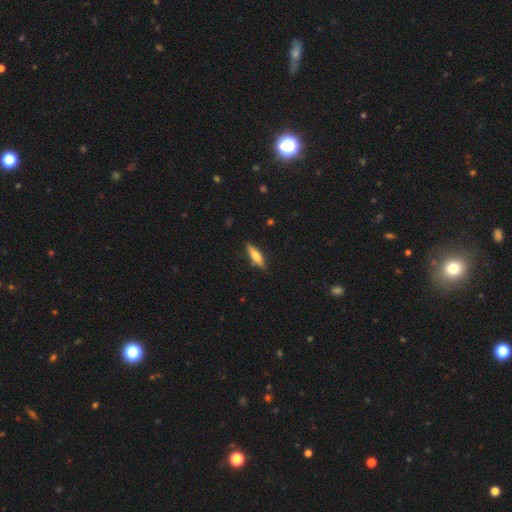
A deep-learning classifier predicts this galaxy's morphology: Smooth or featured?
  - smooth: 51% *
  - featured or disk: 43%
  - star or artifact: 6%
How rounded?
  - cigar-shaped: 66% *
  - in between: 31%
  - round: 2%
Merging?
  - none: 86% *
  - minor disturbance: 10%
  - major disturbance: 2%
  - merger: 1%